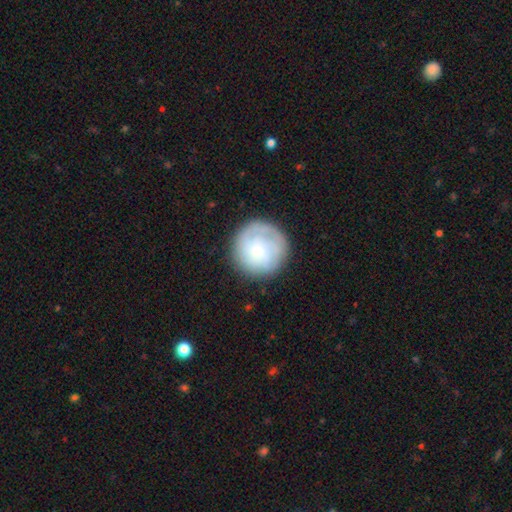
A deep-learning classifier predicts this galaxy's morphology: Smooth or featured: smooth — 57% (featured or disk — 36%)
How rounded: round — 95% (in between — 4%)
Merging: none — 79% (minor disturbance — 13%)